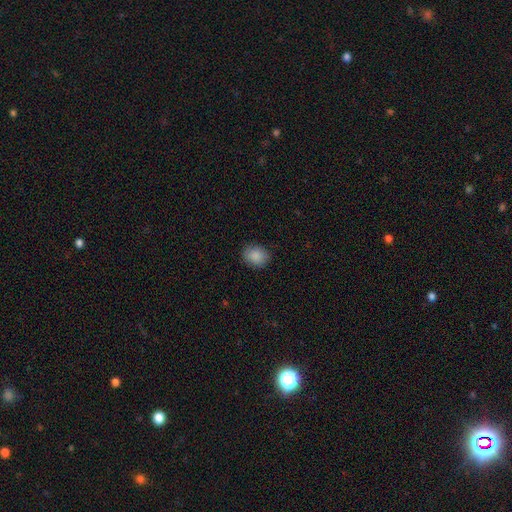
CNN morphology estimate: Overall: smooth (88%). How rounded: round (50%; in between 49%). Merging: none (87%).